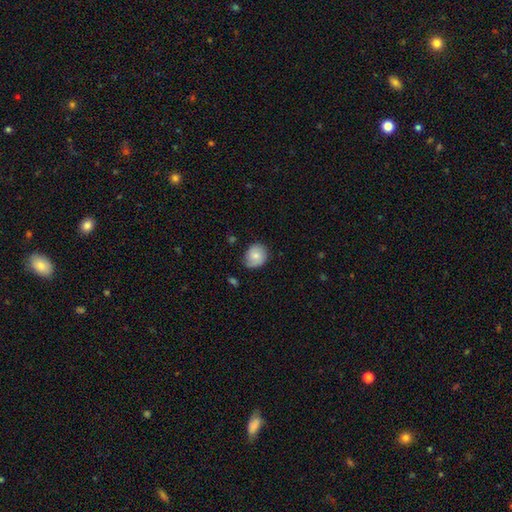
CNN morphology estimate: Smooth or featured: smooth — 68% (featured or disk — 24%)
How rounded: round — 70% (in between — 29%)
Merging: none — 68% (minor disturbance — 25%)